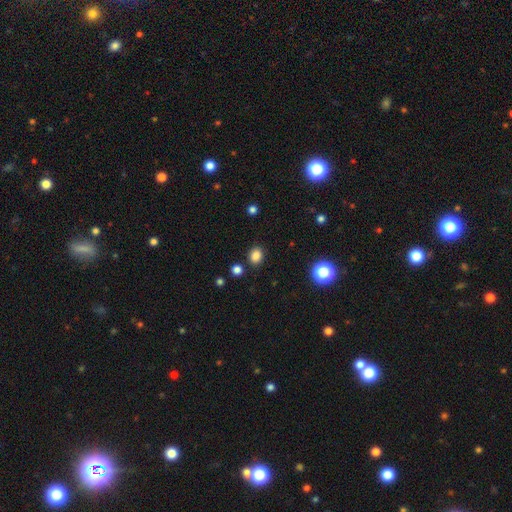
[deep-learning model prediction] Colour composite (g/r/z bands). It shows a smooth galaxy with no disk features (84%) that is round (56%). Merging: none (85%).